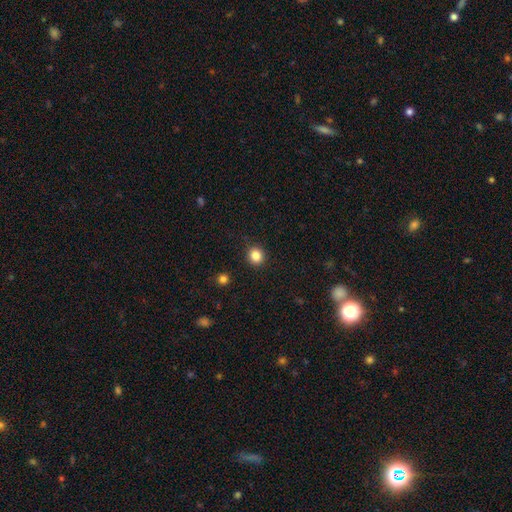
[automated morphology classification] This is clearly a smooth galaxy (85%). How rounded: clearly round (87%). Merging: clearly none (91%).